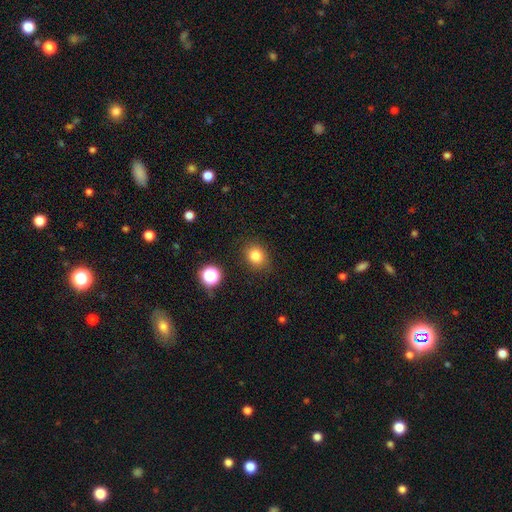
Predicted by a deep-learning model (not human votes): Morphology: type=smooth (81%); roundness=round (65%); merging=none (85%).